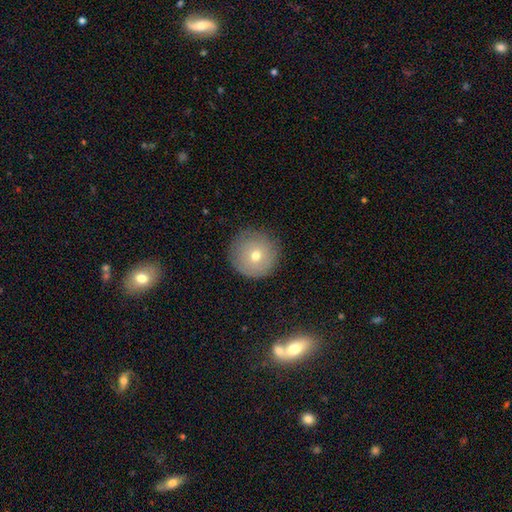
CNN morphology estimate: A smooth galaxy with no disk features (67%) that is round (96%). Merging: none (86%).